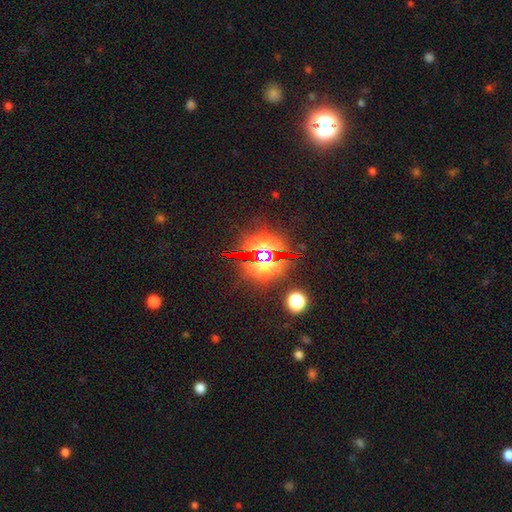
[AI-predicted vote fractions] star or artifact 79%, smooth 12%, featured or disk 8%.